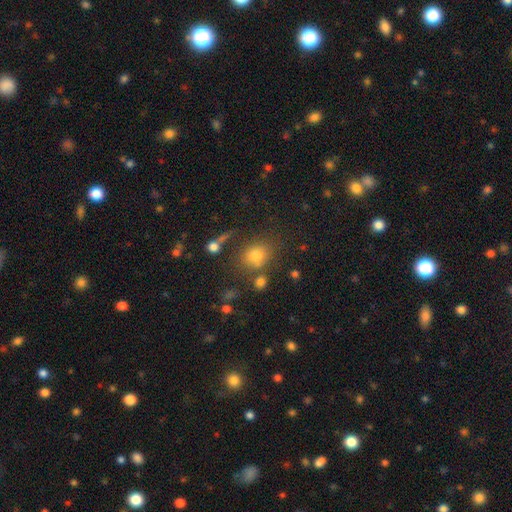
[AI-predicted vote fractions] Smooth or featured? Predicted: smooth (p=0.75). How rounded? Predicted: round (p=0.56). Merging? Predicted: none (p=0.70).